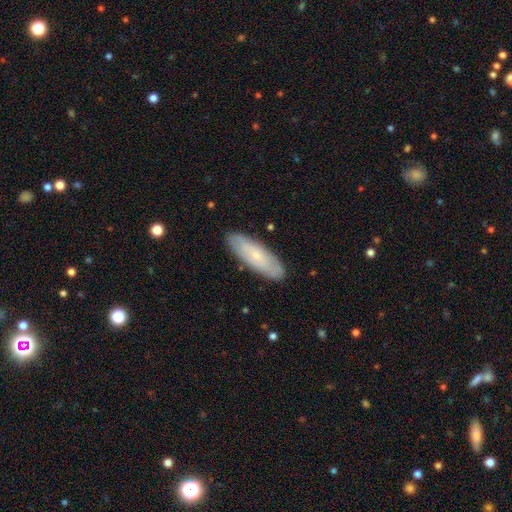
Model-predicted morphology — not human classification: Smooth or featured: smooth — 54% (featured or disk — 40%)
How rounded: in between — 53% (cigar-shaped — 45%)
Merging: none — 87% (minor disturbance — 10%)